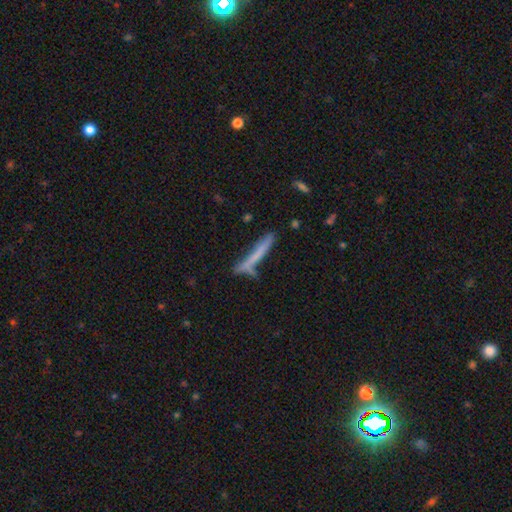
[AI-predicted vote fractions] smooth-or-featured: smooth: 58% | featured or disk: 34% | star or artifact: 8%
  how-rounded: cigar-shaped: 95% | in between: 3% | round: 1%
  merging: none: 65% | minor disturbance: 18% | merger: 10% | major disturbance: 6%